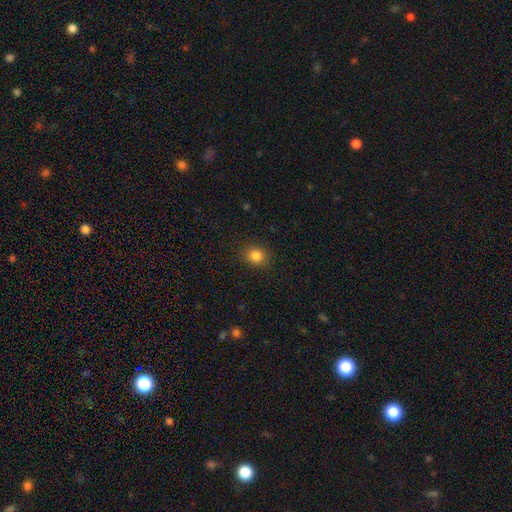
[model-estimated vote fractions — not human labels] This appears to be a smooth galaxy with no disk features (84%) that is round (66%). Merging: none (87%).